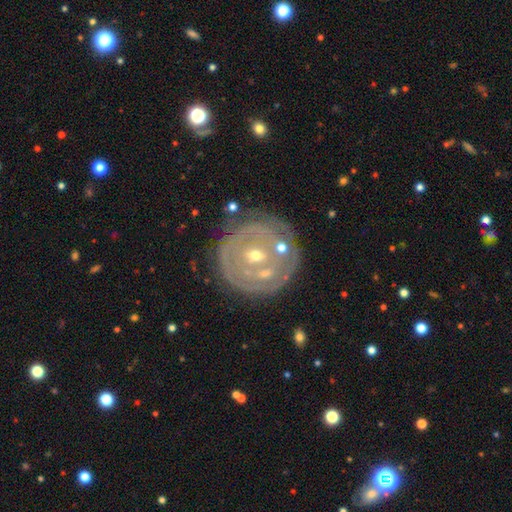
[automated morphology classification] The model was most divided on "spiral arms" (2-way tie): yes: 50%, no: 50%. More confident: edge-on disk — no (96%); smooth or featured — featured or disk (73%); bar — no (66%); merging — none (64%); bulge size — small (56%).